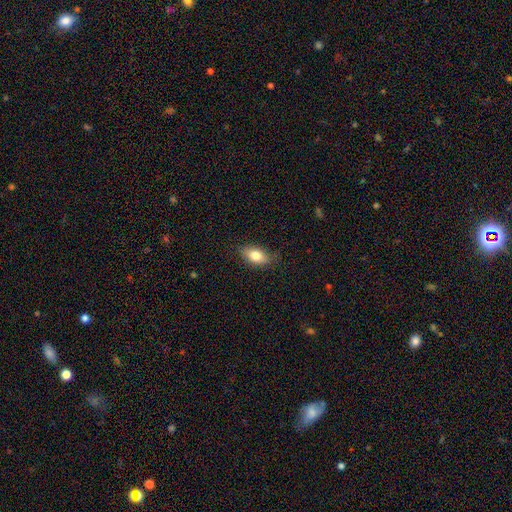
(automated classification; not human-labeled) A smooth galaxy with no disk features (80%) that is in between round and cigar-shaped (88%).

Vote fractions:
- Smooth or featured? smooth: 80% / featured or disk: 12% / star or artifact: 7%
- How rounded? in between: 88% / round: 6% / cigar-shaped: 5%
- Merging? none: 81% / minor disturbance: 15% / major disturbance: 3% / merger: 1%